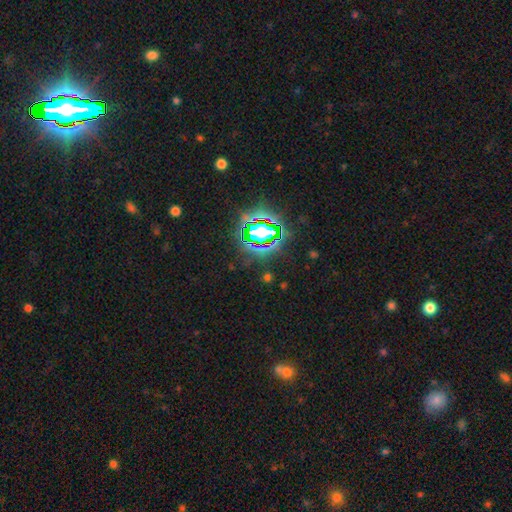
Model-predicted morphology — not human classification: type=star or artifact (83%).